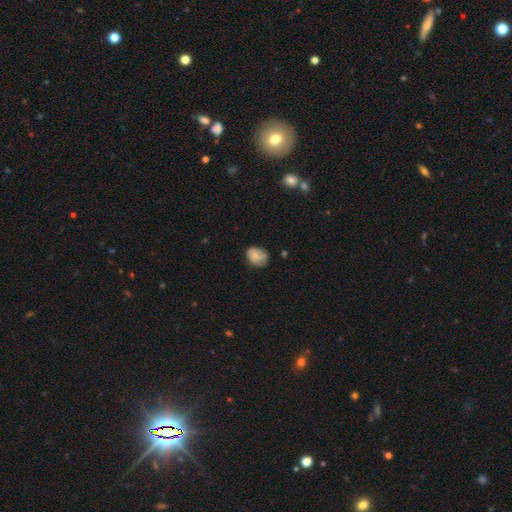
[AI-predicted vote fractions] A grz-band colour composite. It shows a smooth galaxy with no disk features (69%) that is in between round and cigar-shaped (61%). Merging: none (59%).